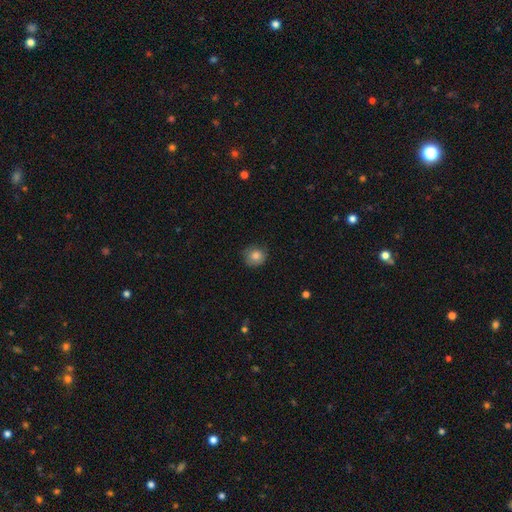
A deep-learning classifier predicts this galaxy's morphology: Smooth or featured?
  - smooth: 82% *
  - featured or disk: 10%
  - star or artifact: 9%
How rounded?
  - round: 85% *
  - in between: 14%
  - cigar-shaped: 1%
Merging?
  - none: 77% *
  - minor disturbance: 18%
  - major disturbance: 4%
  - merger: 1%